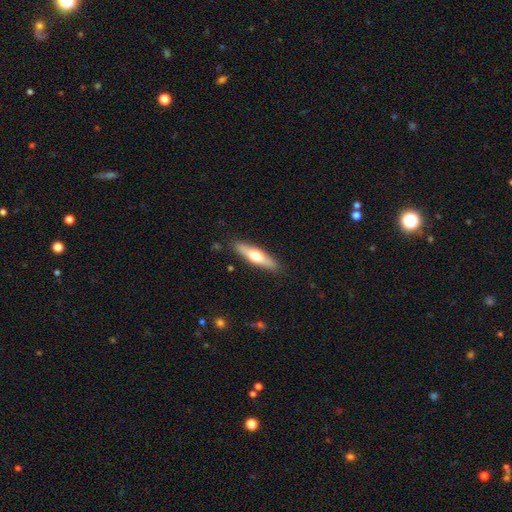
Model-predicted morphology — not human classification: smooth 50%, featured or disk 45%, star or artifact 5%. Down the decision tree: how rounded — cigar-shaped (71%); merging — none (88%).